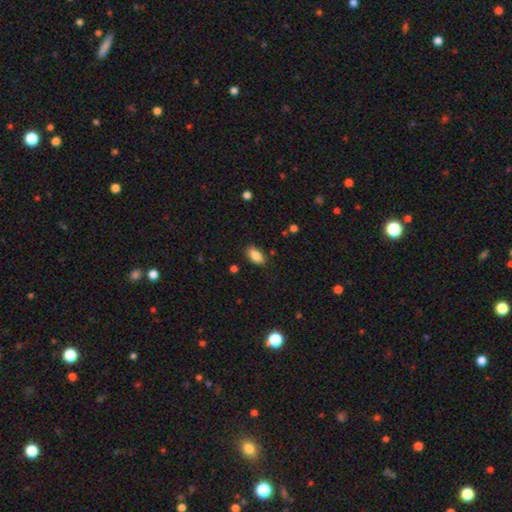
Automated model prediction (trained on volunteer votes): smooth_or_featured: smooth (p=0.87) [alt: star or artifact p=0.08]
how_rounded: in between (p=0.92) [alt: cigar-shaped p=0.05]
merging: none (p=0.84) [alt: minor disturbance p=0.12]